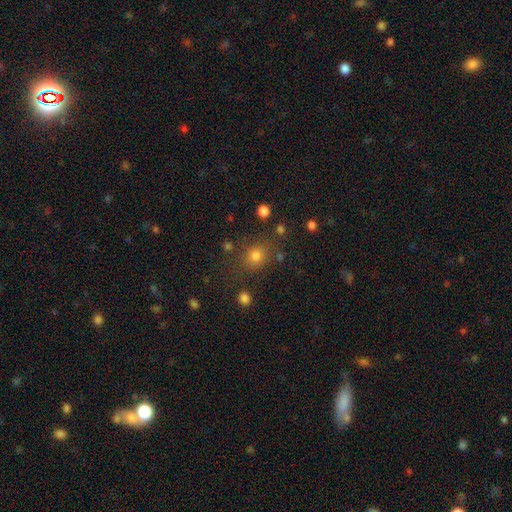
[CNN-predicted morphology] Smooth or featured: smooth — 76% (star or artifact — 17%)
How rounded: round — 71% (in between — 28%)
Merging: none — 79% (minor disturbance — 12%)